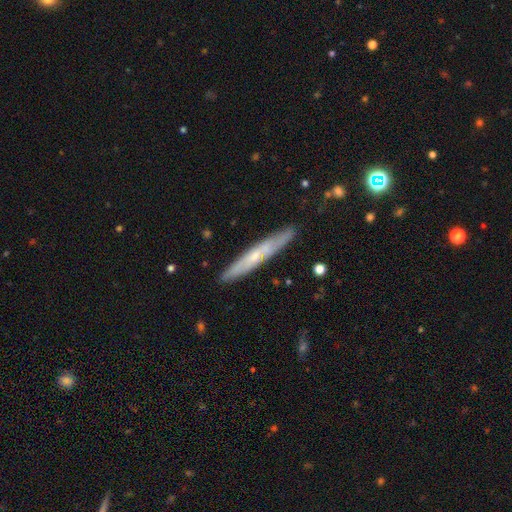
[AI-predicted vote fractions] This appears to be a featured or disk galaxy (49%). Merging: none (84%).